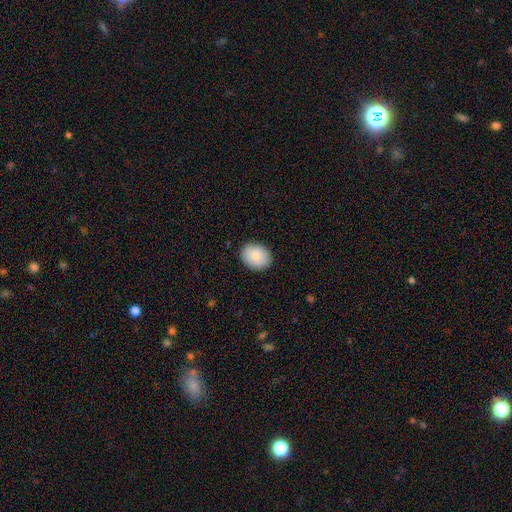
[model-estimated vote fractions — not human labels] Overall: smooth (85%). How rounded: in between (58%; round 42%). Merging: none (89%).